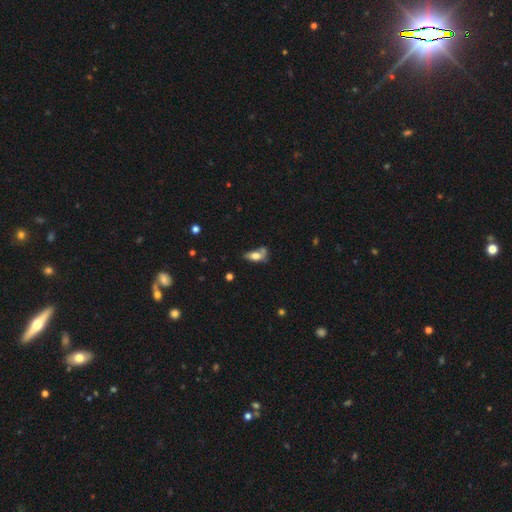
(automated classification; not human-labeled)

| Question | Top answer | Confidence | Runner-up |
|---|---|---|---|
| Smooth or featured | smooth | 68% | featured or disk (23%) |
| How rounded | in between | 82% | cigar-shaped (13%) |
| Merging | none | 38% | merger (26%) |